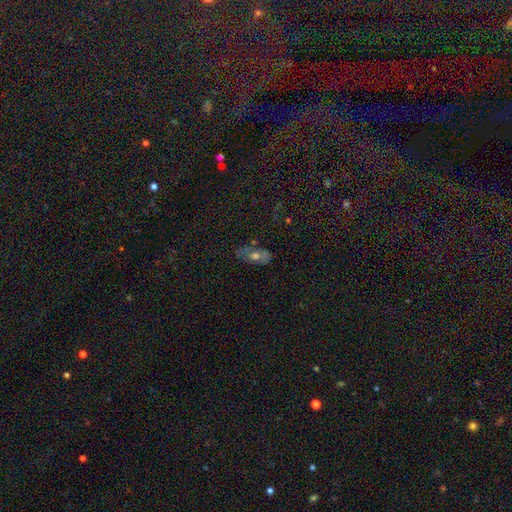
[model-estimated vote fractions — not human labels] smooth_or_featured: smooth (p=0.41) [alt: featured or disk p=0.40]
merging: none (p=0.72) [alt: minor disturbance p=0.19]